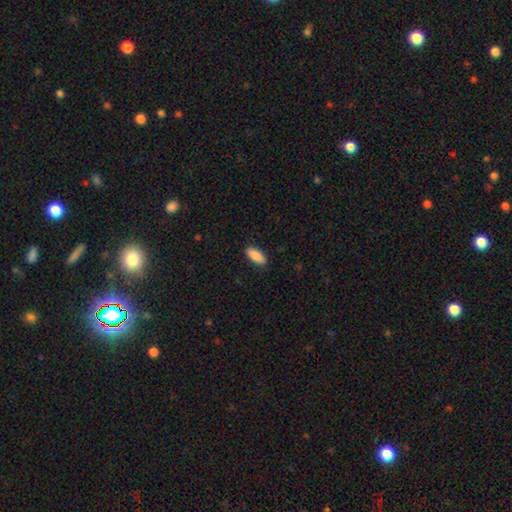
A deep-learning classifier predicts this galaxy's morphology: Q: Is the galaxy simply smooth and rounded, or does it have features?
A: smooth — 90%.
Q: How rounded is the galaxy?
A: in between — 83%.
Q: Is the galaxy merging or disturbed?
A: none — 89%.